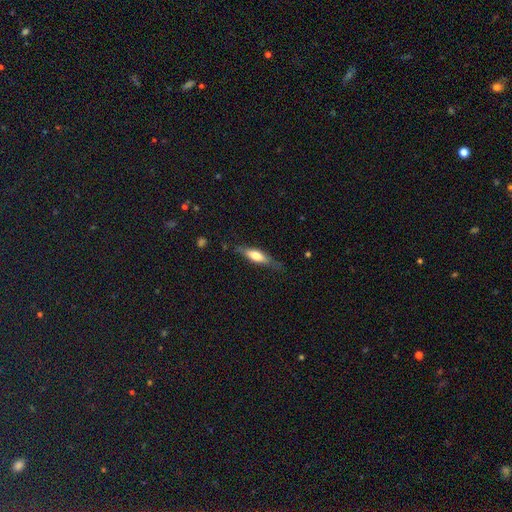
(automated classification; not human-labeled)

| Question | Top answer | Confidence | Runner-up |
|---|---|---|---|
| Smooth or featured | smooth | 51% | featured or disk (42%) |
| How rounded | cigar-shaped | 66% | in between (32%) |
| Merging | none | 75% | minor disturbance (19%) |